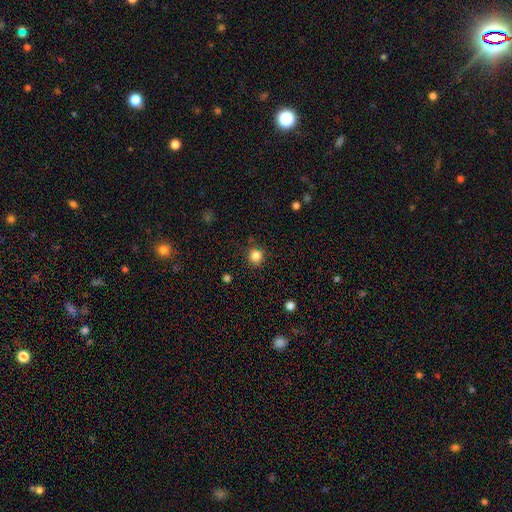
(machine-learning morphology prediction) type=smooth (84%); roundness=round (92%); merging=none (87%).